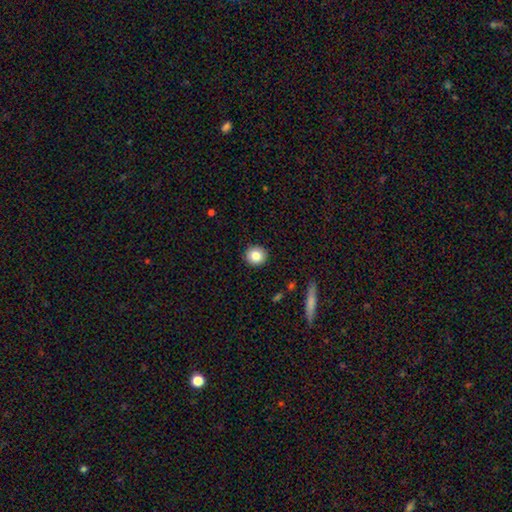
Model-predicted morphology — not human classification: Smooth or featured: smooth — 83% (star or artifact — 9%)
How rounded: round — 89% (in between — 10%)
Merging: none — 92% (minor disturbance — 5%)